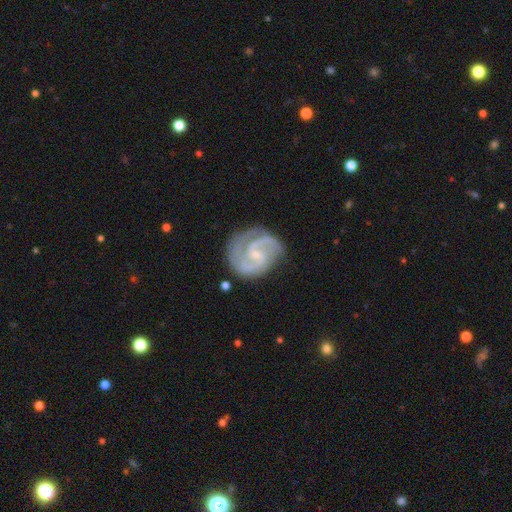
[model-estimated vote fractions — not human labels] smooth-or-featured: featured or disk: 90% | smooth: 5% | star or artifact: 5%
  disk-edge-on: no: 98% | yes: 2%
    bar: weak: 50% | no: 39% | strong: 11%
    has-spiral-arms: yes: 98% | no: 2%
      spiral-winding: medium: 53% | tight: 36% | loose: 11%
      spiral-arm-count: 2: 80% | 3: 9% | can't tell: 5% | 1: 3% | 4: 2% | more than 4: 2%
    bulge-size: small: 69% | moderate: 17% | none: 12% | large: 1% | dominant: 1%
  merging: none: 73% | minor disturbance: 18% | major disturbance: 7% | merger: 2%